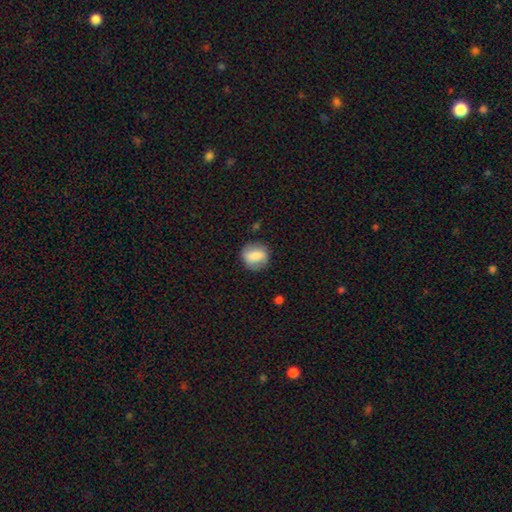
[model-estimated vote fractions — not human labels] Q: Smooth or featured?
A: smooth (73%); runner-up: featured or disk (19%)
Q: How rounded?
A: round (70%); runner-up: in between (29%)
Q: Merging?
A: none (76%); runner-up: minor disturbance (17%)